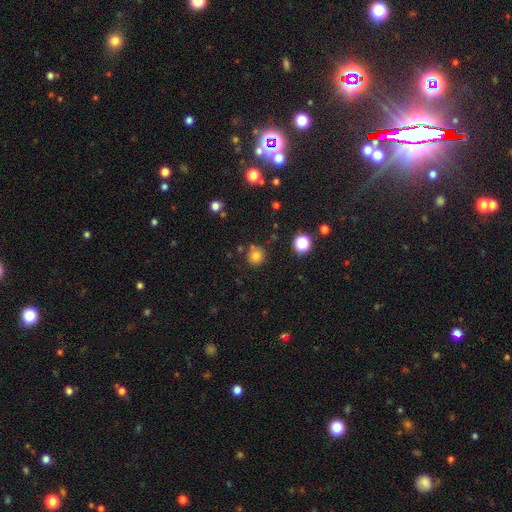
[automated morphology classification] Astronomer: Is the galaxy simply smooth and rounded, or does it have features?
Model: smooth — 78%.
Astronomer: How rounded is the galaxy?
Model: round — 92%.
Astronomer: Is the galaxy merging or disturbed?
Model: none — 81%.